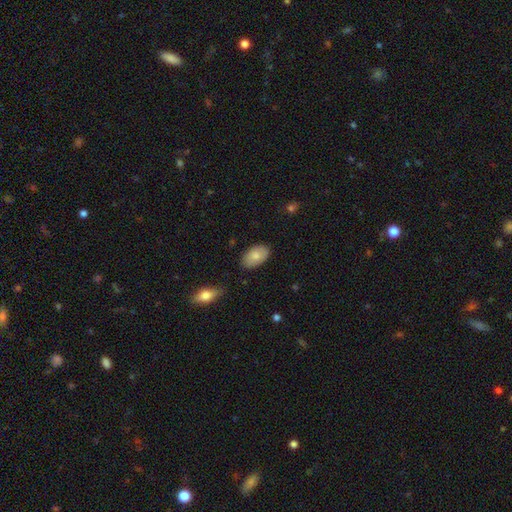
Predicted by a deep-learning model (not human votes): The model was most divided on "smooth or featured": smooth: 80%, featured or disk: 14%, star or artifact: 7%. More confident: how rounded — in between (93%); merging — none (81%).